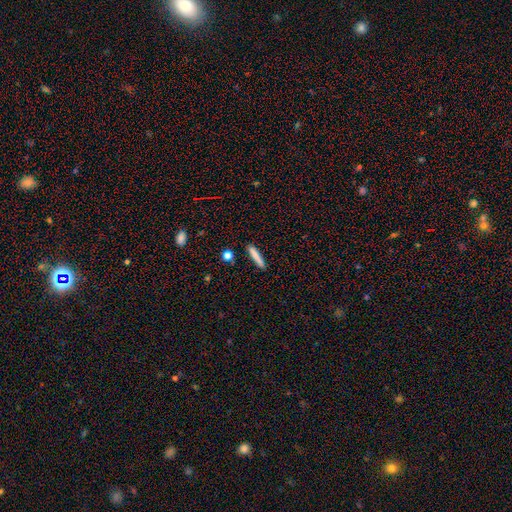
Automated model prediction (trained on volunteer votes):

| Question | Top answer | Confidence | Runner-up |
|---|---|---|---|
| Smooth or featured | smooth | 81% | featured or disk (12%) |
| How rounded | cigar-shaped | 92% | in between (6%) |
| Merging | none | 88% | minor disturbance (8%) |